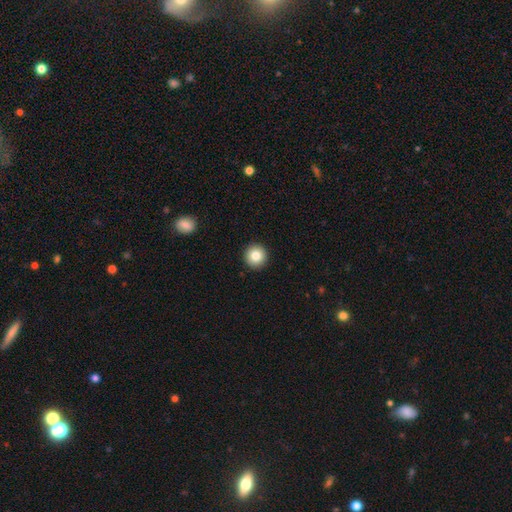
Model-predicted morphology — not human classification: A smooth galaxy with no disk features (83%) that is round (96%). Merging: none (93%).